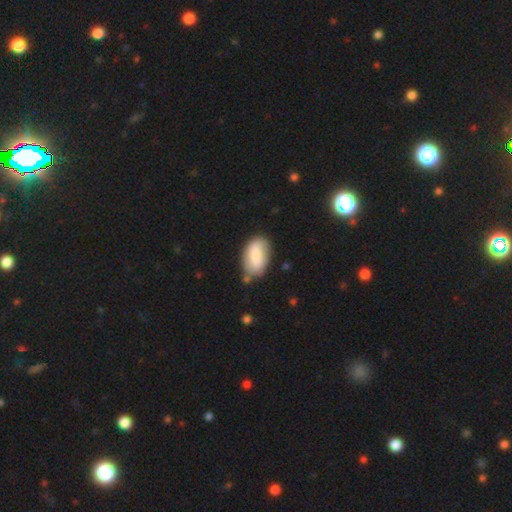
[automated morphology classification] type=smooth (79%); roundness=in between (93%); merging=none (69%).